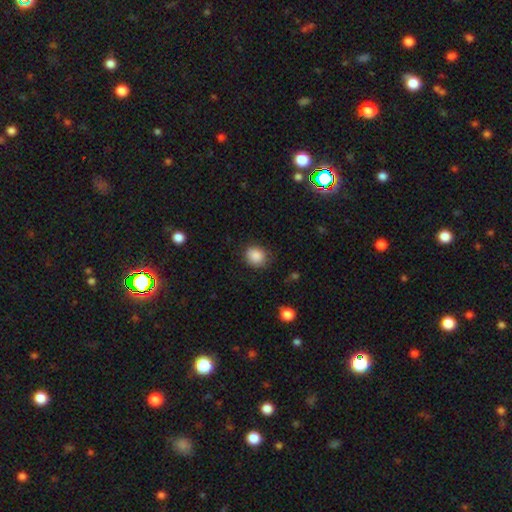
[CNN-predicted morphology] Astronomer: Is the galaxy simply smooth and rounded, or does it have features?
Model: smooth — 87%.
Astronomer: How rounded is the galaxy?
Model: round — 65%.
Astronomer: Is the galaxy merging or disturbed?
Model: none — 78%.